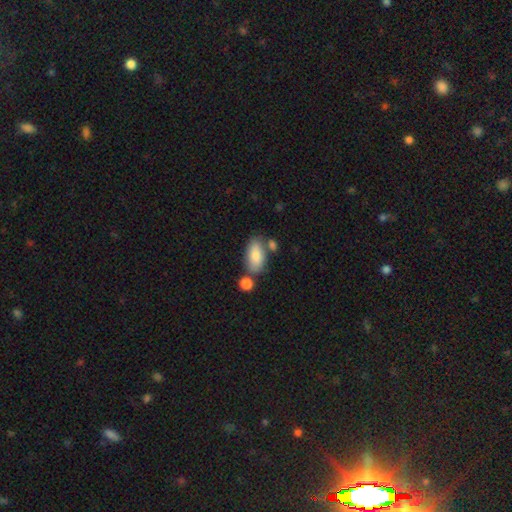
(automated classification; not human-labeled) Smooth or featured?
  - smooth: 82% *
  - featured or disk: 12%
  - star or artifact: 6%
How rounded?
  - in between: 90% *
  - cigar-shaped: 7%
  - round: 4%
Merging?
  - none: 63% *
  - merger: 17%
  - minor disturbance: 16%
  - major disturbance: 5%